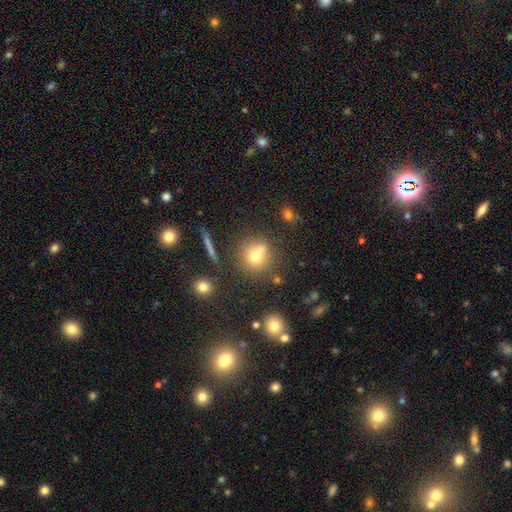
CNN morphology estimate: A smooth galaxy with no disk features (68%) that is round (88%).

Vote fractions:
- Smooth or featured? smooth: 68% / star or artifact: 16% / featured or disk: 16%
- How rounded? round: 88% / in between: 11% / cigar-shaped: 2%
- Merging? none: 59% / merger: 23% / minor disturbance: 12% / major disturbance: 5%